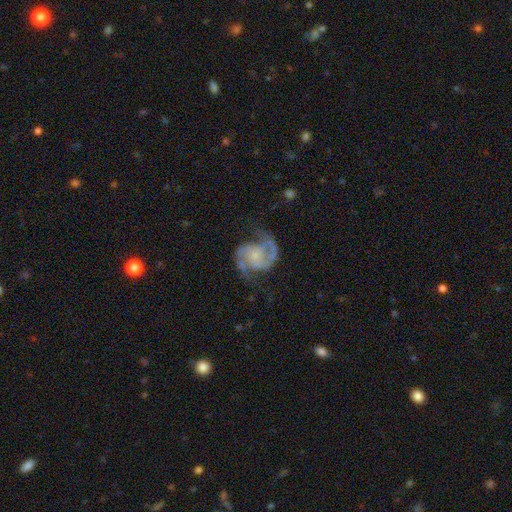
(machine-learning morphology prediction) type=featured or disk (90%); edge-on=no (98%); bar=no (65%); spiral arms=yes (98%); winding=medium (58%); arm count=2 (93%); bulge=small (56%); merging=none (69%).